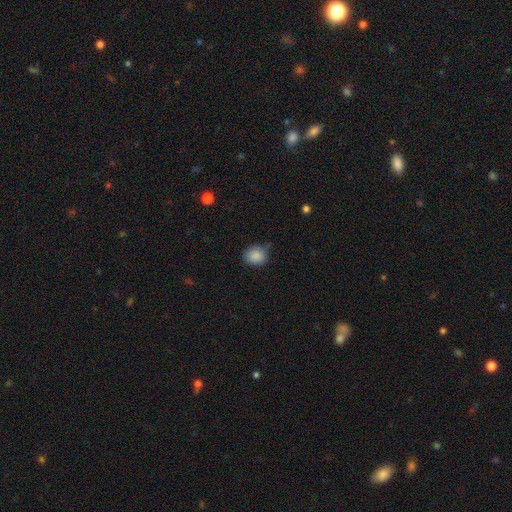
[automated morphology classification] Smooth or featured?
  - smooth: 87% *
  - star or artifact: 9%
  - featured or disk: 4%
How rounded?
  - round: 63% *
  - in between: 36%
  - cigar-shaped: 1%
Merging?
  - none: 70% *
  - minor disturbance: 24%
  - major disturbance: 4%
  - merger: 2%